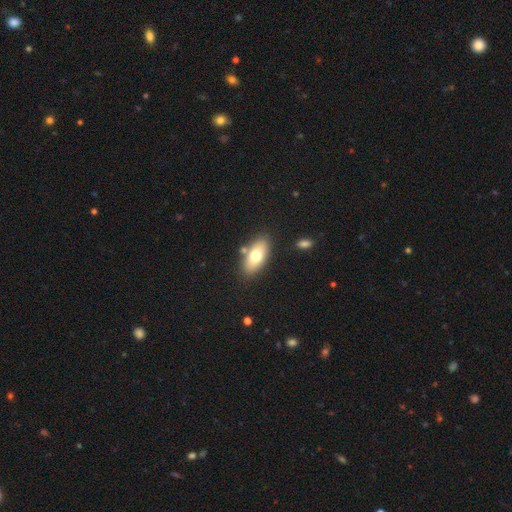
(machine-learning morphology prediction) A smooth galaxy with no disk features (69%) that is in between round and cigar-shaped (88%).

Vote fractions:
- Smooth or featured? smooth: 69% / featured or disk: 23% / star or artifact: 7%
- How rounded? in between: 88% / cigar-shaped: 8% / round: 4%
- Merging? none: 79% / minor disturbance: 11% / merger: 7% / major disturbance: 3%